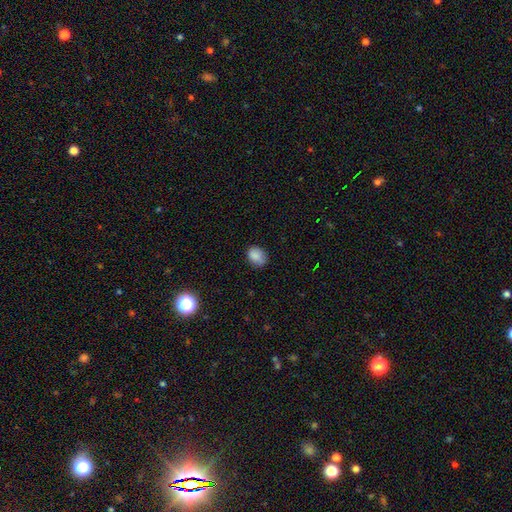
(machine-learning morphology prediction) Overall: smooth (85%). How rounded: in between (57%; round 42%). Merging: none (72%).